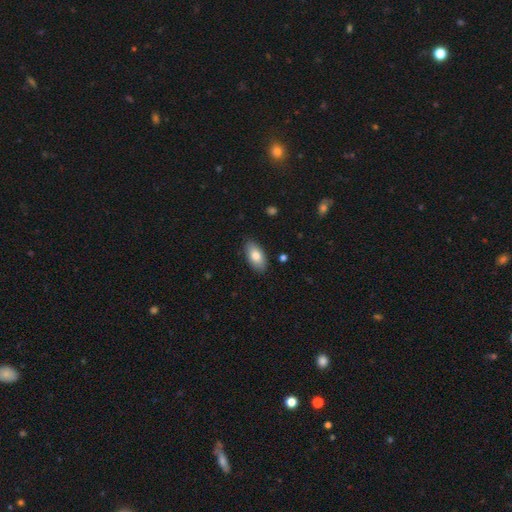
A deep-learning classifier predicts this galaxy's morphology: A smooth galaxy with no disk features (81%) that is in between round and cigar-shaped (92%).

Vote fractions:
- Smooth or featured? smooth: 81% / featured or disk: 13% / star or artifact: 6%
- How rounded? in between: 92% / cigar-shaped: 5% / round: 3%
- Merging? none: 86% / minor disturbance: 11% / major disturbance: 2% / merger: 1%